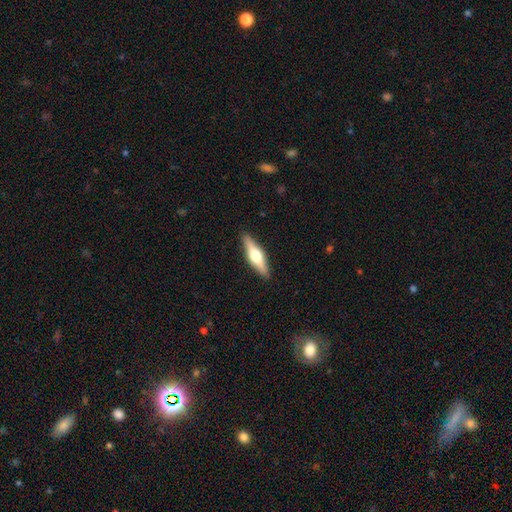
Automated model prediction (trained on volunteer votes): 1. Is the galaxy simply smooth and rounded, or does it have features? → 55% featured or disk, 39% smooth, 5% star or artifact.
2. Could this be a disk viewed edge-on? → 95% yes, 5% no.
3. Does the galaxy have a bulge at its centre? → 94% rounded, 4% boxy, 2% none.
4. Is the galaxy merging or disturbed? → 90% none, 7% minor disturbance, 1% major disturbance, 1% merger.